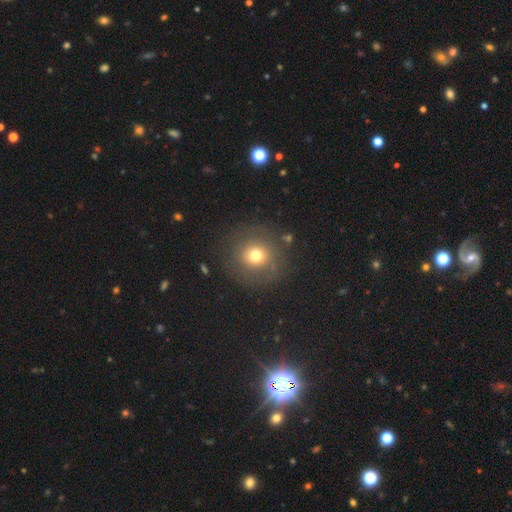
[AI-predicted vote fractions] smooth-or-featured: smooth: 69% | featured or disk: 16% | star or artifact: 14%
  how-rounded: round: 92% | in between: 7% | cigar-shaped: 1%
  merging: none: 82% | minor disturbance: 10% | major disturbance: 6% | merger: 2%